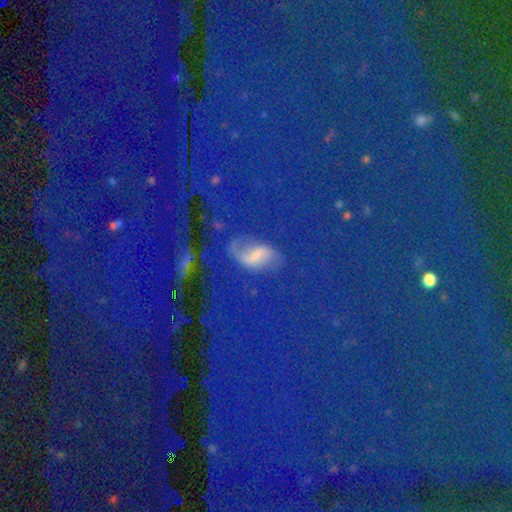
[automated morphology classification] Q: Smooth or featured?
A: featured or disk (40%); runner-up: star or artifact (30%)
Q: Merging?
A: none (59%); runner-up: minor disturbance (20%)